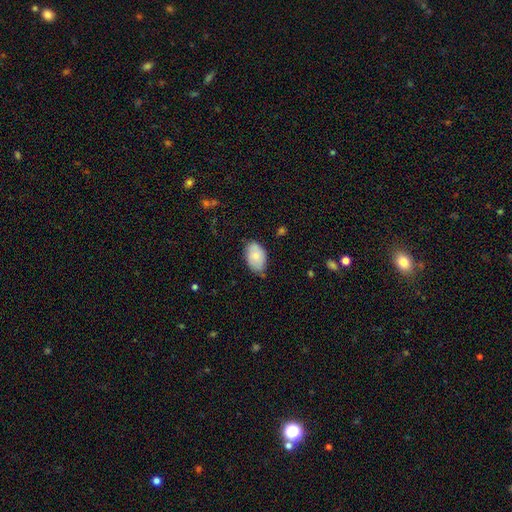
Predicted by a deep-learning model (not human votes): Q: Smooth or featured?
A: smooth (81%); runner-up: featured or disk (12%)
Q: How rounded?
A: in between (92%); runner-up: round (7%)
Q: Merging?
A: none (71%); runner-up: minor disturbance (24%)